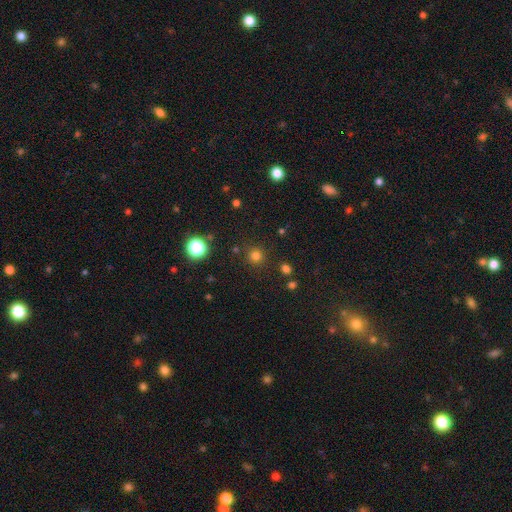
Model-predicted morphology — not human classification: Q: Smooth or featured?
A: smooth (76%); runner-up: star or artifact (20%)
Q: How rounded?
A: round (94%); runner-up: in between (5%)
Q: Merging?
A: none (88%); runner-up: minor disturbance (7%)